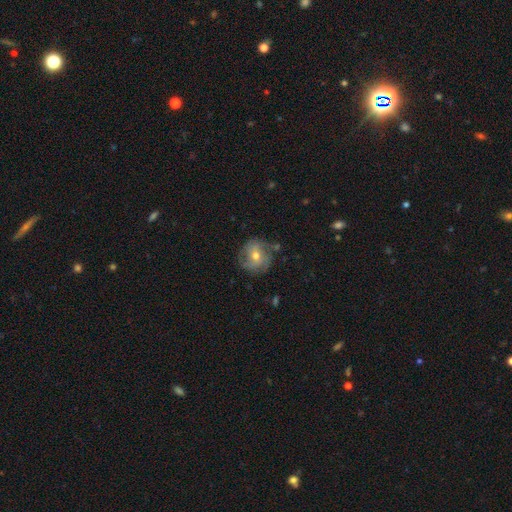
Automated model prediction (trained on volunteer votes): This appears to be a featured or disk galaxy (51%). Merging: none (70%).